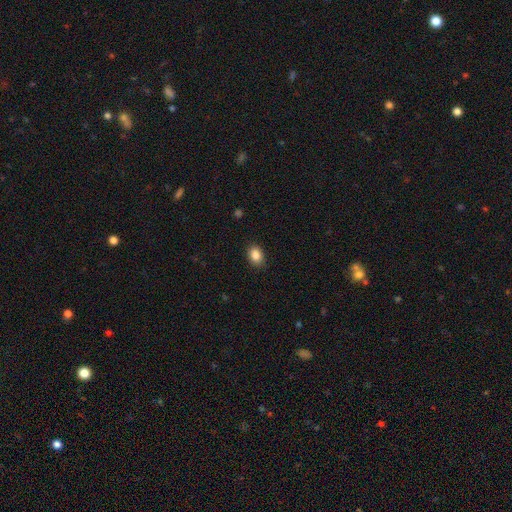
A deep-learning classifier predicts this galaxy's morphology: smooth 87%, star or artifact 9%, featured or disk 4%. Down the decision tree: how rounded — in between (68%); merging — none (87%).